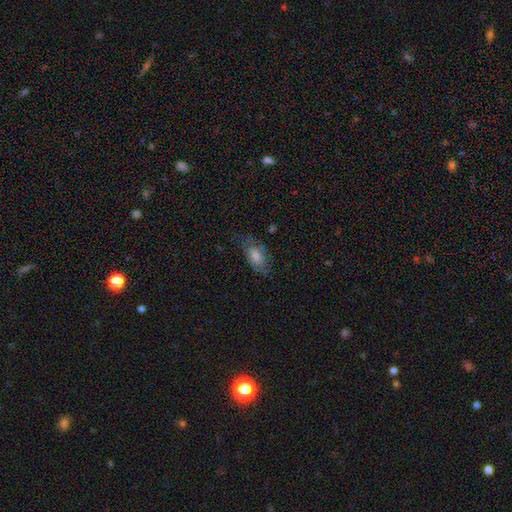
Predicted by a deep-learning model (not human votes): Smooth or featured?
  - smooth: 50% *
  - featured or disk: 35%
  - star or artifact: 15%
Merging?
  - none: 64% *
  - minor disturbance: 22%
  - major disturbance: 12%
  - merger: 2%